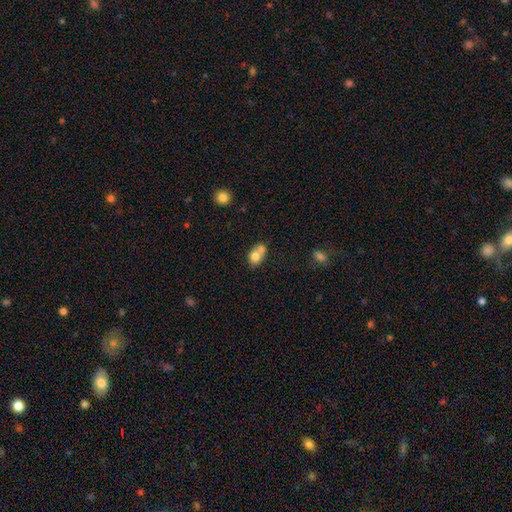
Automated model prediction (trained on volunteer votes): This appears to be a smooth galaxy with no disk features (74%) that is round (52%). Merging: merger (59%).